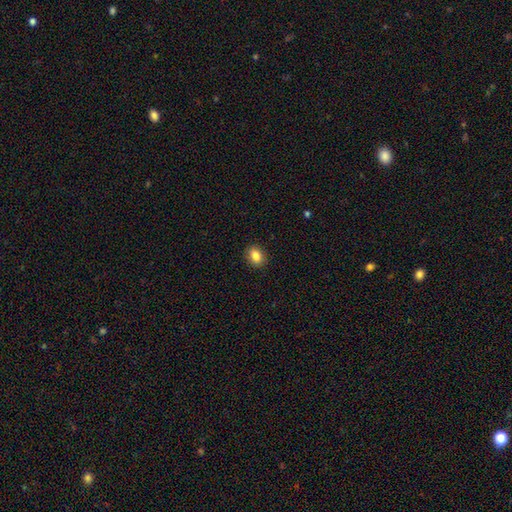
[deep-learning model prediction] smooth 86%, star or artifact 9%, featured or disk 5%. Down the decision tree: how rounded — in between (60%); merging — none (90%).